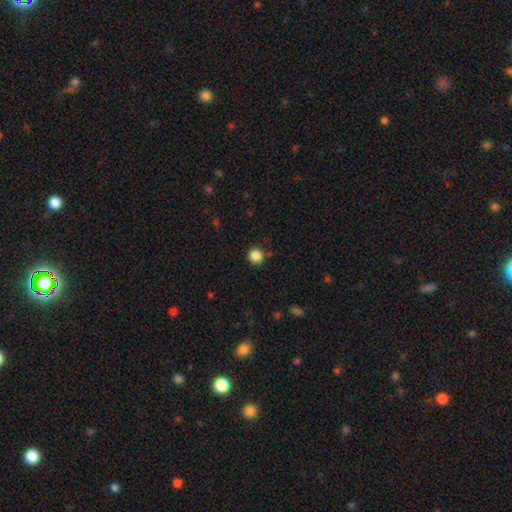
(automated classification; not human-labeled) Smooth or featured: smooth — 86% (star or artifact — 11%)
How rounded: round — 95% (in between — 4%)
Merging: none — 89% (minor disturbance — 6%)